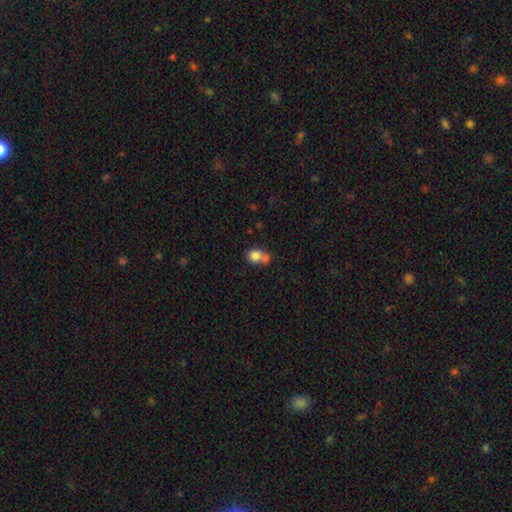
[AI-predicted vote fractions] smooth_or_featured: smooth (p=0.79) [alt: featured or disk p=0.11]
how_rounded: round (p=0.69) [alt: in between p=0.30]
merging: merger (p=0.47) [alt: none p=0.37]